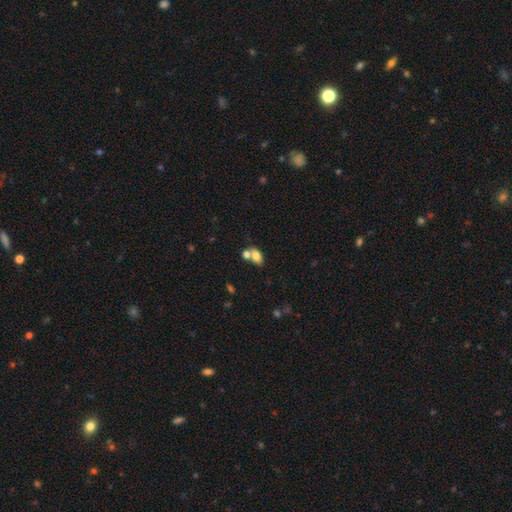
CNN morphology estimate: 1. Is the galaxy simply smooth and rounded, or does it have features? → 75% smooth, 16% featured or disk, 10% star or artifact.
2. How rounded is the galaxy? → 85% in between, 12% round, 3% cigar-shaped.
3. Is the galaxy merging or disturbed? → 47% merger, 38% none, 11% minor disturbance, 4% major disturbance.